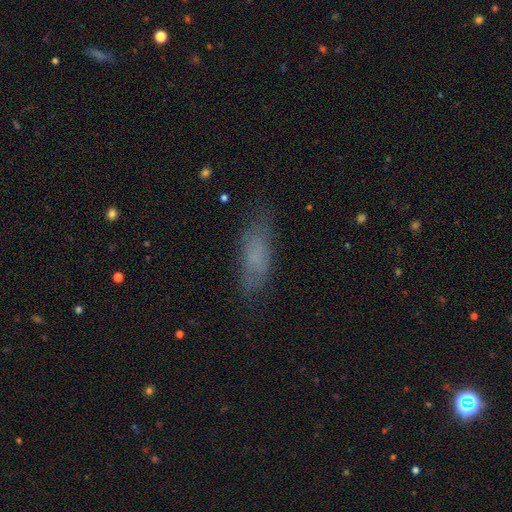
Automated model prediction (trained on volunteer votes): A smooth galaxy with no disk features (67%) that is in between round and cigar-shaped (58%). Merging: none (73%).